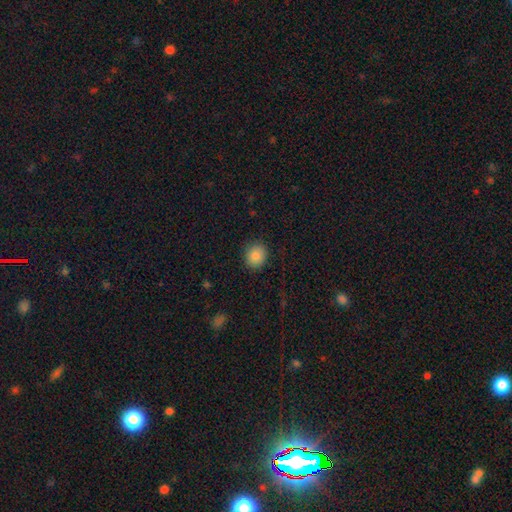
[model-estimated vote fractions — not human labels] A smooth galaxy with no disk features (87%) that is round (74%).

Vote fractions:
- Smooth or featured? smooth: 87% / star or artifact: 9% / featured or disk: 4%
- How rounded? round: 74% / in between: 25% / cigar-shaped: 1%
- Merging? none: 89% / minor disturbance: 8% / major disturbance: 2% / merger: 1%